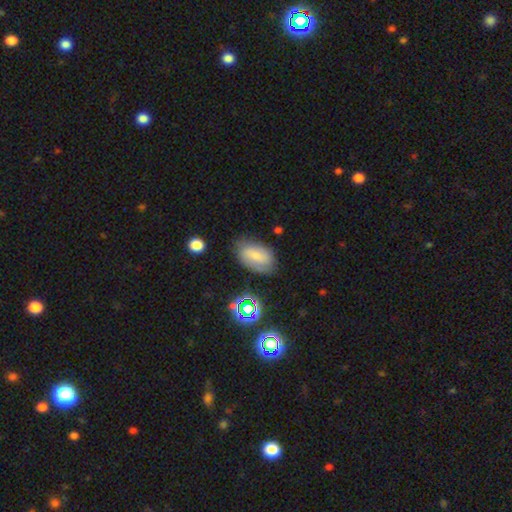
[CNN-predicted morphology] Q: Smooth or featured?
A: smooth (58%); runner-up: featured or disk (30%)
Q: How rounded?
A: in between (90%); runner-up: round (8%)
Q: Merging?
A: none (70%); runner-up: minor disturbance (21%)